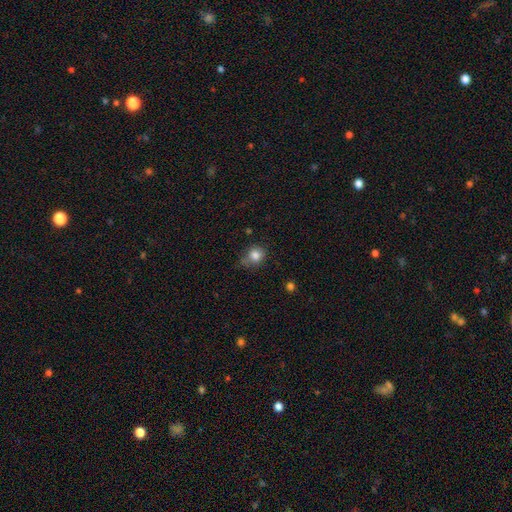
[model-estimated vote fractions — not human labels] A smooth galaxy with no disk features (82%) that is round (77%).

Vote fractions:
- Smooth or featured? smooth: 82% / star or artifact: 11% / featured or disk: 7%
- How rounded? round: 77% / in between: 22% / cigar-shaped: 1%
- Merging? none: 60% / minor disturbance: 27% / major disturbance: 7% / merger: 6%